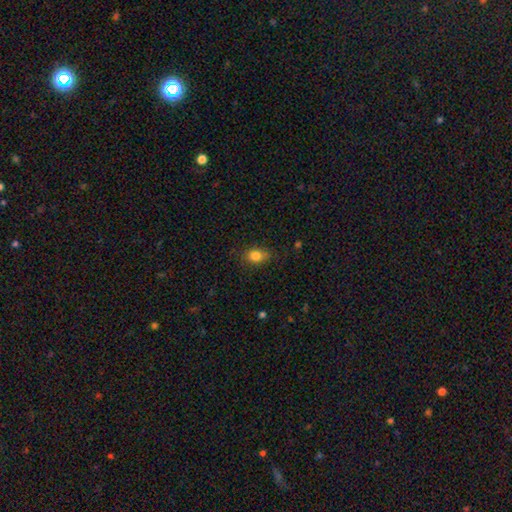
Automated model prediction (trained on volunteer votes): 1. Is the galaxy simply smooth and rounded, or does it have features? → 83% smooth, 10% star or artifact, 7% featured or disk.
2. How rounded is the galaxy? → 68% in between, 30% round, 2% cigar-shaped.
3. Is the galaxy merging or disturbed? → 76% none, 18% minor disturbance, 4% major disturbance, 1% merger.